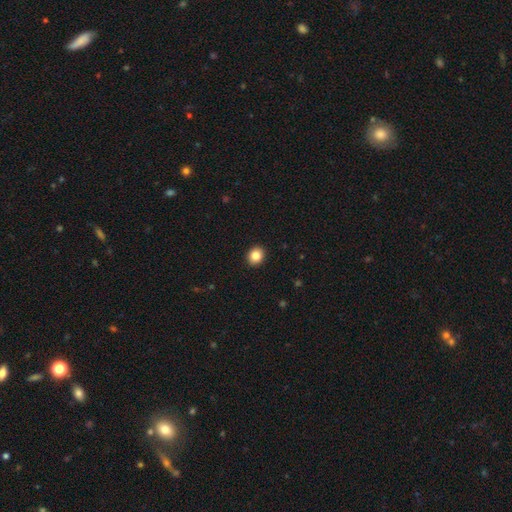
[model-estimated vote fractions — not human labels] Smooth or featured: smooth — 84% (star or artifact — 10%)
How rounded: round — 69% (in between — 30%)
Merging: none — 92% (minor disturbance — 5%)